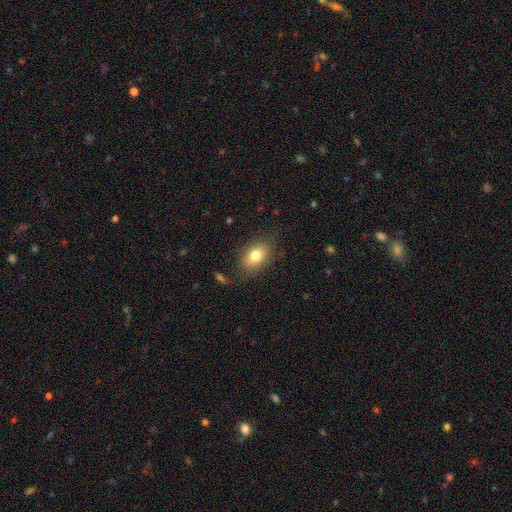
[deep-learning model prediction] Smooth or featured: smooth — 78% (featured or disk — 12%)
How rounded: in between — 75% (round — 23%)
Merging: none — 79% (minor disturbance — 14%)